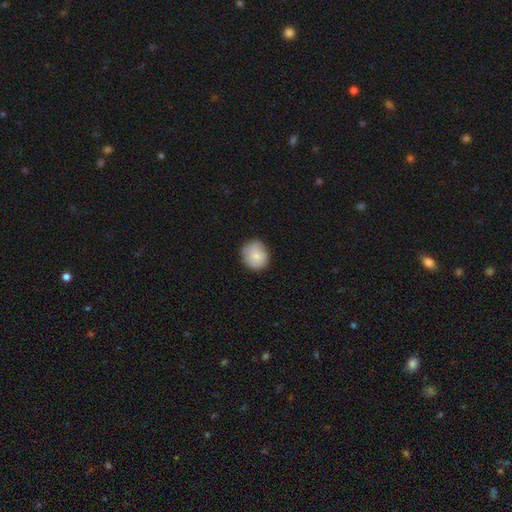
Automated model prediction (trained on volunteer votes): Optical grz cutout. It shows a smooth galaxy with no disk features (83%) that is round (85%). Merging: none (80%).